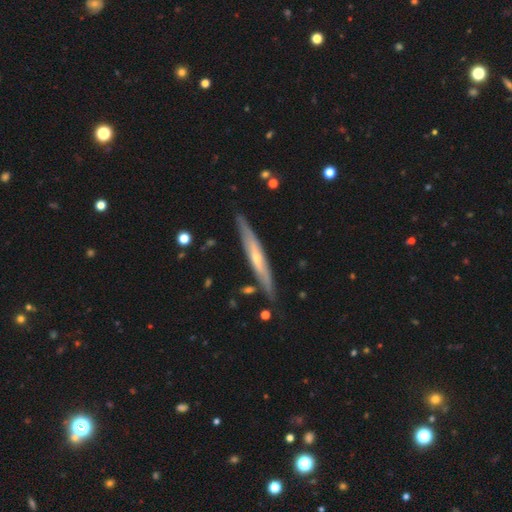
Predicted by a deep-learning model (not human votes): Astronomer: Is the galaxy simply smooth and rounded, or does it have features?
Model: featured or disk — 69%.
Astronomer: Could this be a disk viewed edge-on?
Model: yes — 89%.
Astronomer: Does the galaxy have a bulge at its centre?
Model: rounded — 66%.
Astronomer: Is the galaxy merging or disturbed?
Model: none — 85%.